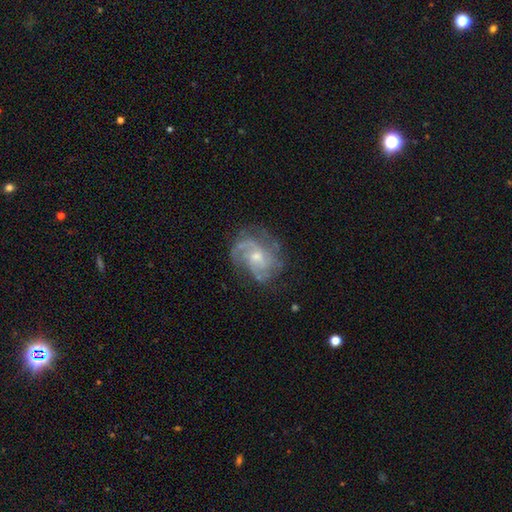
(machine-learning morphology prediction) The model was most divided on "bulge size": moderate: 48%, small: 46%, none: 3%, large: 2%, dominant: 1%. Remaining: edge-on disk — no (98%); spiral arms — yes (89%); smooth or featured — featured or disk (80%); bar — no (66%); merging — none (63%); spiral winding — medium (44%); spiral arm count — can't tell (31%).